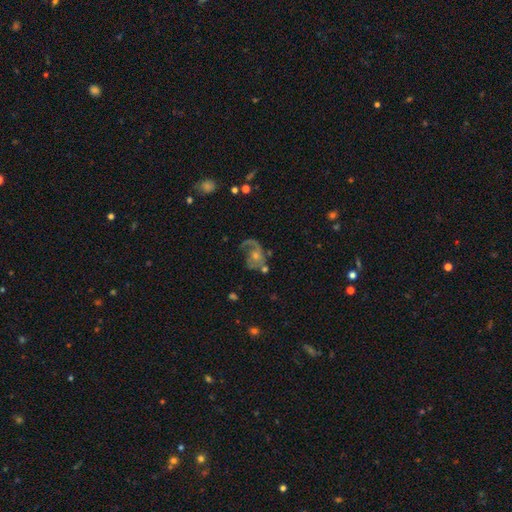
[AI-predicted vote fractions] A featured or disk galaxy (76%) with no bar (75%), 1 (49%) medium (44%) spiral arms (89%) and a moderate central bulge (47%). Merging: none (50%).